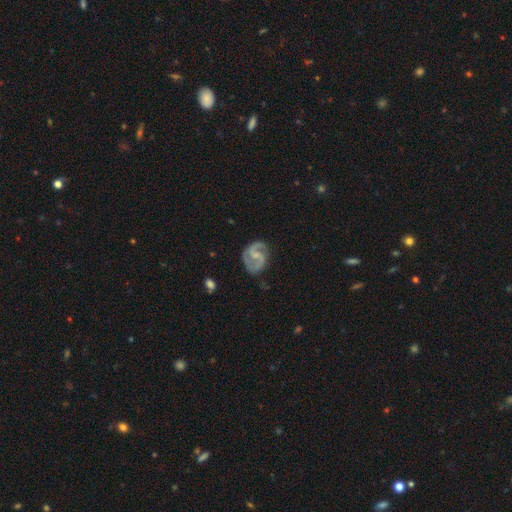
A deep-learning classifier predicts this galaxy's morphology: A featured or disk galaxy (89%) with a weak bar (51%), 2 (92%) medium (59%) spiral arms (97%) and a small central bulge (57%). Merging: none (76%).